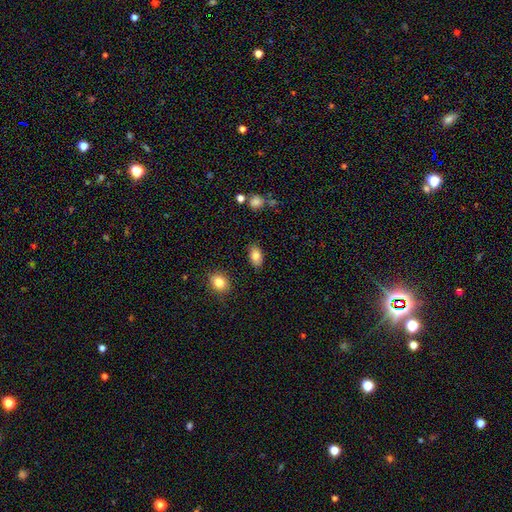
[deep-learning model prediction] Smooth or featured? smooth (81%)
How rounded? in between (91%)
Merging? none (86%)